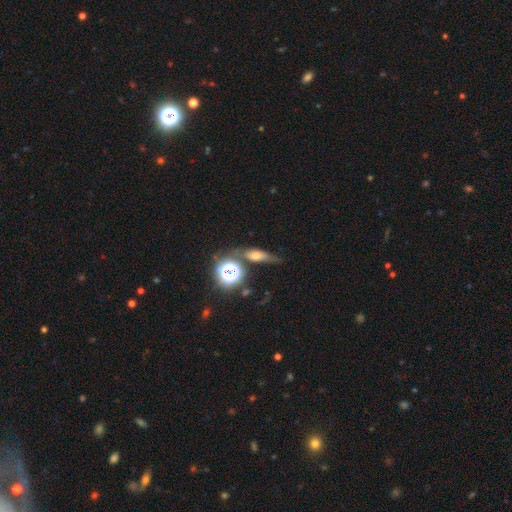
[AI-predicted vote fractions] A smooth galaxy with no disk features (50%) that is in between round and cigar-shaped (39%). Merging: none (57%).